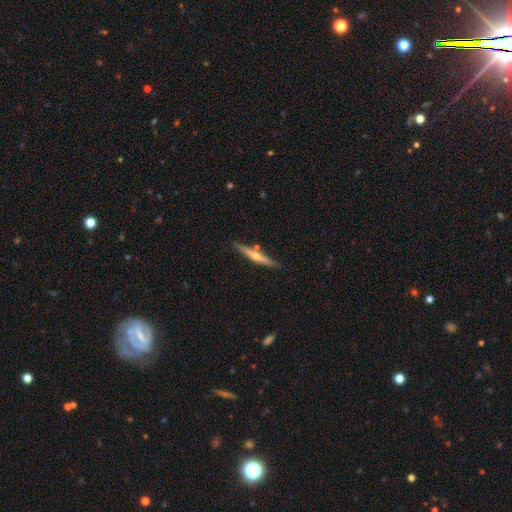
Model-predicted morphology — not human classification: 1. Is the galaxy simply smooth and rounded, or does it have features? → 63% featured or disk, 31% smooth, 6% star or artifact.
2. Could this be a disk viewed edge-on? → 97% yes, 3% no.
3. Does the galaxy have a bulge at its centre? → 82% rounded, 14% none, 4% boxy.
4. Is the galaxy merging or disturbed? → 85% none, 9% minor disturbance, 4% merger, 2% major disturbance.